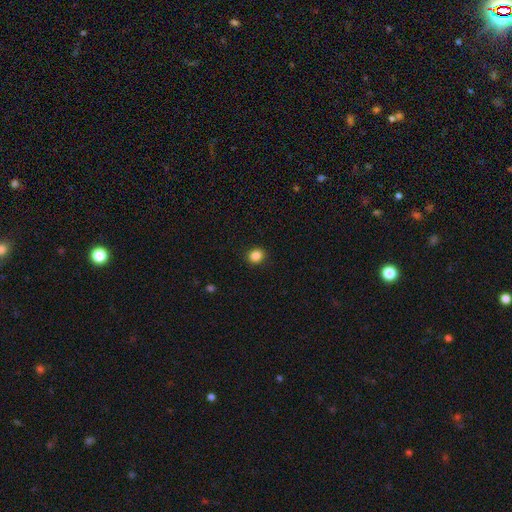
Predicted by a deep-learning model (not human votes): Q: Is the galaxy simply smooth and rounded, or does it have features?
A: smooth — 86%.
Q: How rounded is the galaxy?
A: round — 75%.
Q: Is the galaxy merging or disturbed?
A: none — 90%.